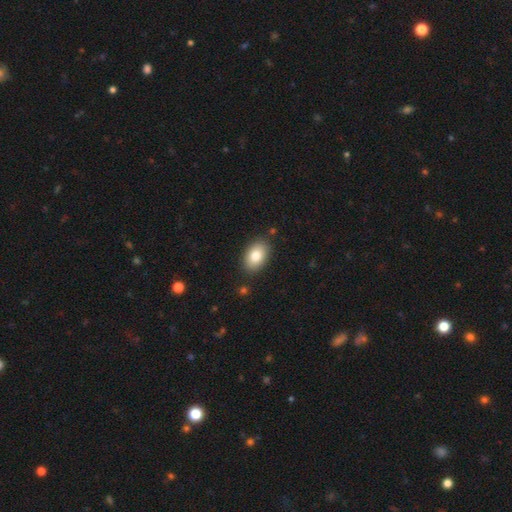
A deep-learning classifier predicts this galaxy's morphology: Smooth or featured: smooth — 82% (featured or disk — 11%)
How rounded: in between — 89% (round — 10%)
Merging: none — 86% (minor disturbance — 10%)